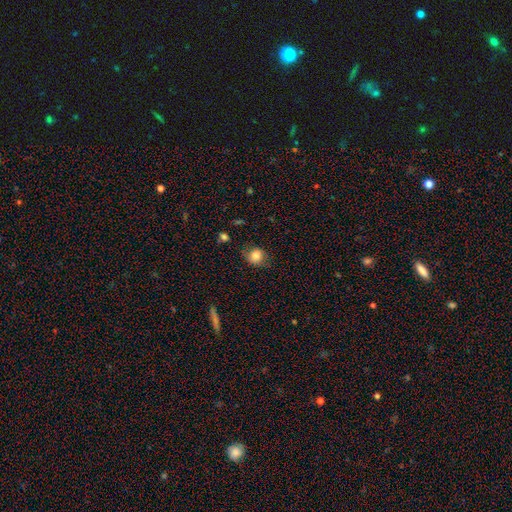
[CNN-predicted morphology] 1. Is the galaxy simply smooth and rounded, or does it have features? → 82% smooth, 10% star or artifact, 8% featured or disk.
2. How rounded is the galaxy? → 76% round, 23% in between, 1% cigar-shaped.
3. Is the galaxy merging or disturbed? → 76% none, 18% minor disturbance, 5% major disturbance, 1% merger.